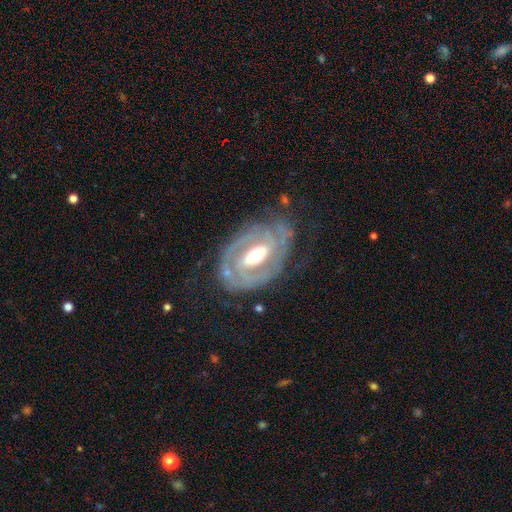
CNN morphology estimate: A featured or disk galaxy (87%) with a strong bar (42%), 2 (66%) tight (63%) spiral arms (91%) and a moderate central bulge (70%).

Vote fractions:
- Smooth or featured? featured or disk: 87% / smooth: 8% / star or artifact: 5%
- Edge-on disk? no: 95% / yes: 5%
- Bar? strong: 42% / weak: 39% / no: 20%
- Spiral arms? yes: 91% / no: 9%
- Spiral winding? tight: 63% / medium: 30% / loose: 7%
- Spiral arm count? 2: 66% / can't tell: 15% / 3: 9% / 1: 5% / 4: 3% / more than 4: 2%
- Bulge size? moderate: 70% / small: 17% / large: 11% / dominant: 1% / none: 1%
- Merging? none: 70% / minor disturbance: 19% / major disturbance: 10% / merger: 2%